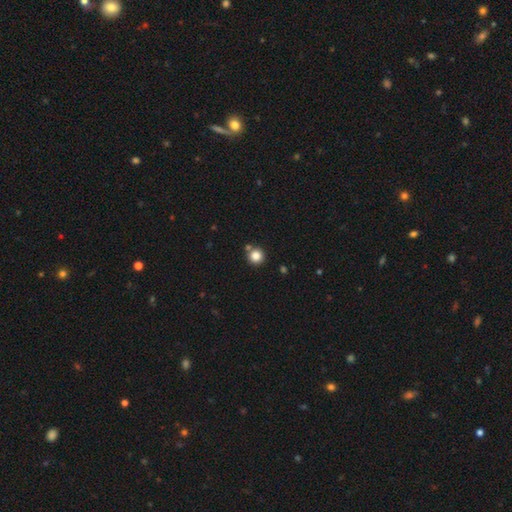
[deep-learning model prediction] Smooth or featured? Predicted: smooth (p=0.84). How rounded? Predicted: round (p=0.95). Merging? Predicted: none (p=0.79).